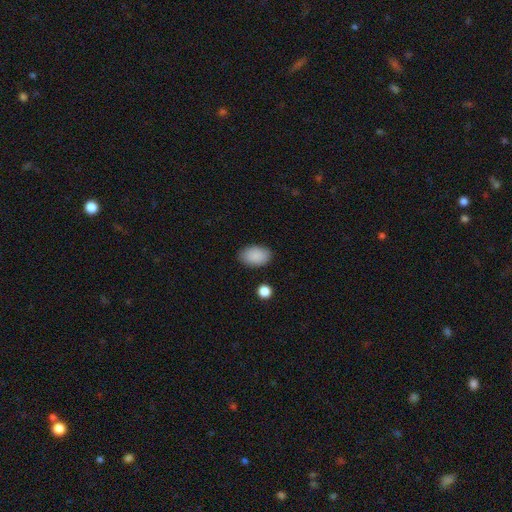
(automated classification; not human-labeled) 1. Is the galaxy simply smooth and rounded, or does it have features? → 89% smooth, 7% star or artifact, 4% featured or disk.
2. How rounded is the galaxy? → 89% in between, 10% round, 1% cigar-shaped.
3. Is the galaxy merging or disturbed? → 85% none, 11% minor disturbance, 3% major disturbance, 2% merger.